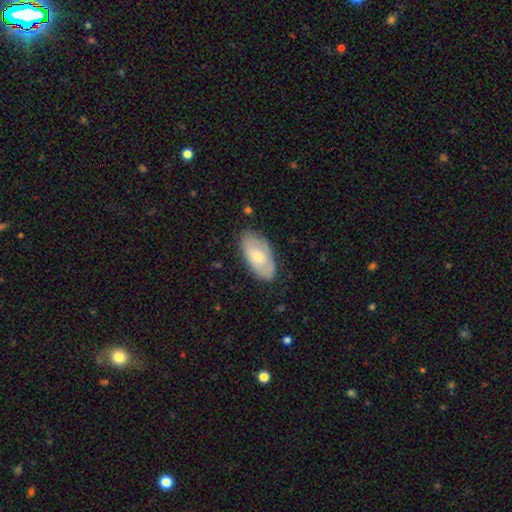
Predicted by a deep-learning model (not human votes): smooth 60%, featured or disk 34%, star or artifact 6%. Down the decision tree: how rounded — in between (94%); merging — none (79%).